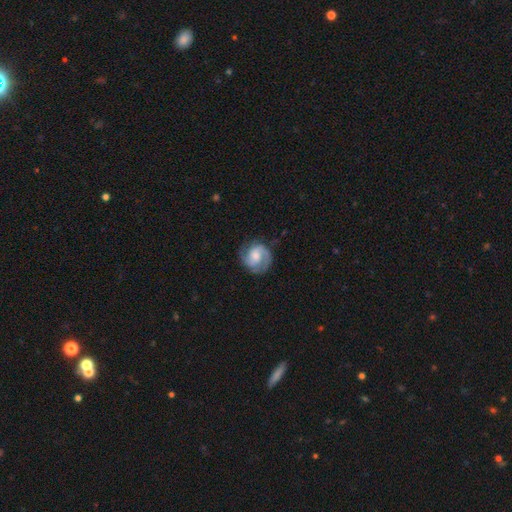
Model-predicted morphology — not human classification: Smooth or featured: featured or disk — 81% (smooth — 14%)
Edge-on disk: no — 98% (yes — 2%)
Bar: no — 58% (weak — 35%)
Spiral arms: yes — 96% (no — 4%)
Spiral winding: medium — 46% (tight — 41%)
Spiral arm count: 2 — 79% (3 — 8%)
Bulge size: moderate — 45% (small — 32%)
Merging: none — 77% (minor disturbance — 15%)